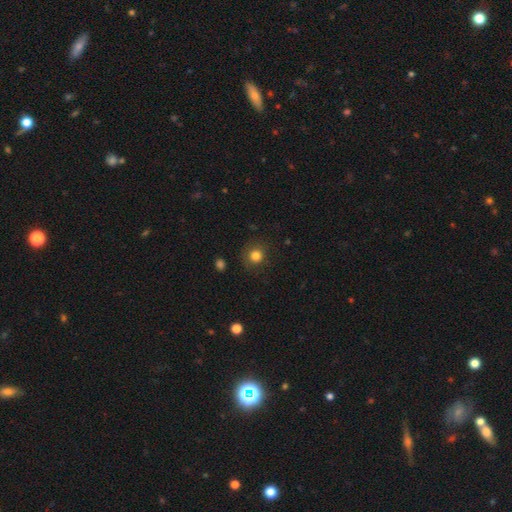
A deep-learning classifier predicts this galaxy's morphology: This is clearly a smooth galaxy (82%). How rounded: clearly round (89%). Merging: clearly none (83%).